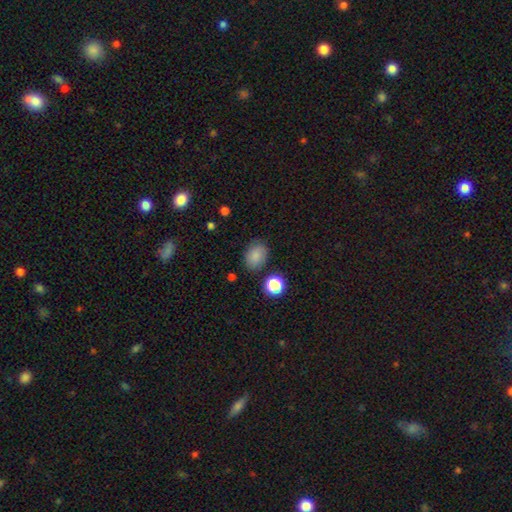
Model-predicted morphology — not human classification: smooth-or-featured: smooth: 83% | star or artifact: 11% | featured or disk: 7%
  how-rounded: in between: 70% | round: 29% | cigar-shaped: 1%
  merging: none: 81% | minor disturbance: 13% | major disturbance: 3% | merger: 3%